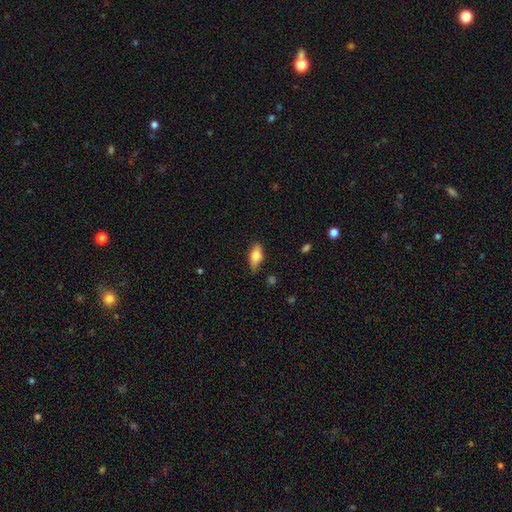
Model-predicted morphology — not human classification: This appears to be a smooth galaxy with no disk features (74%) that is in between round and cigar-shaped (83%). Merging: none (76%).